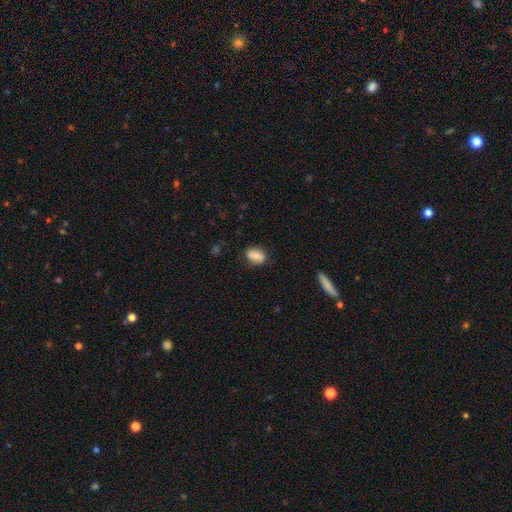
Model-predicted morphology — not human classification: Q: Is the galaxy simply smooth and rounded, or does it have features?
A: smooth — 75%.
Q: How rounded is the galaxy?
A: in between — 76%.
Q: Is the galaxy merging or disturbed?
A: none — 77%.